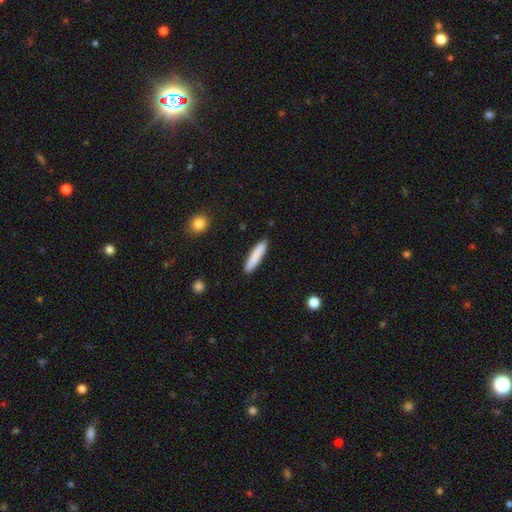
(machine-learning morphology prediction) Smooth or featured: smooth — 84% (featured or disk — 11%)
How rounded: cigar-shaped — 88% (in between — 11%)
Merging: none — 89% (minor disturbance — 8%)